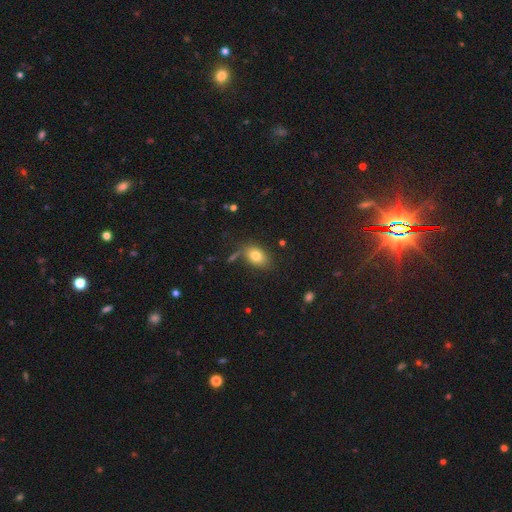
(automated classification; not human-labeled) smooth 78%, featured or disk 12%, star or artifact 11%. Down the decision tree: how rounded — in between (80%); merging — none (71%).